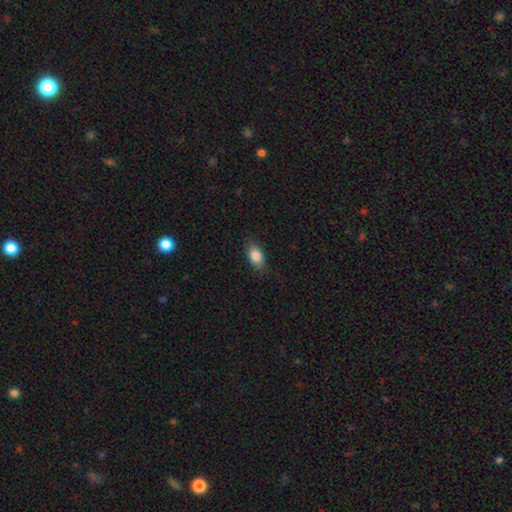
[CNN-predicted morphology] This appears to be a smooth galaxy with no disk features (86%) that is in between round and cigar-shaped (89%). Merging: none (85%).